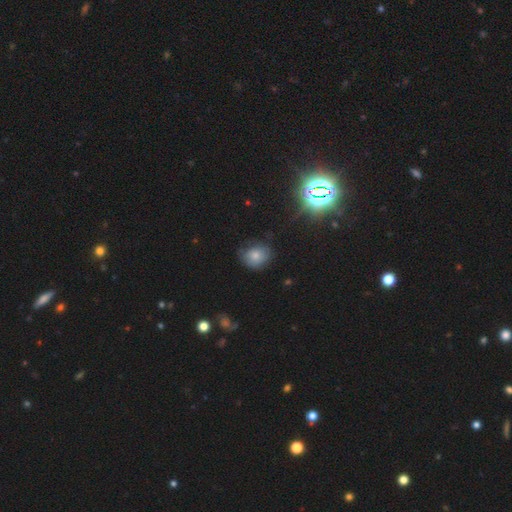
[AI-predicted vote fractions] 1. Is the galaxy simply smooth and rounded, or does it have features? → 72% smooth, 14% featured or disk, 14% star or artifact.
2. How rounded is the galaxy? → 63% round, 36% in between, 1% cigar-shaped.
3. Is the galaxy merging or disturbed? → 67% none, 25% minor disturbance, 7% major disturbance, 2% merger.